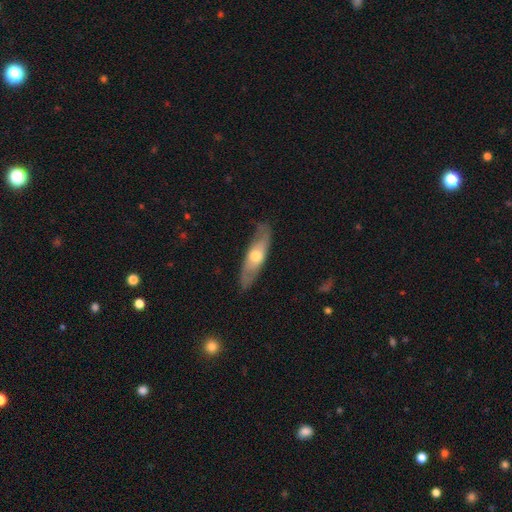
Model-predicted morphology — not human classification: smooth-or-featured: featured or disk: 48% | smooth: 47% | star or artifact: 5%
  merging: none: 79% | minor disturbance: 16% | major disturbance: 4% | merger: 1%